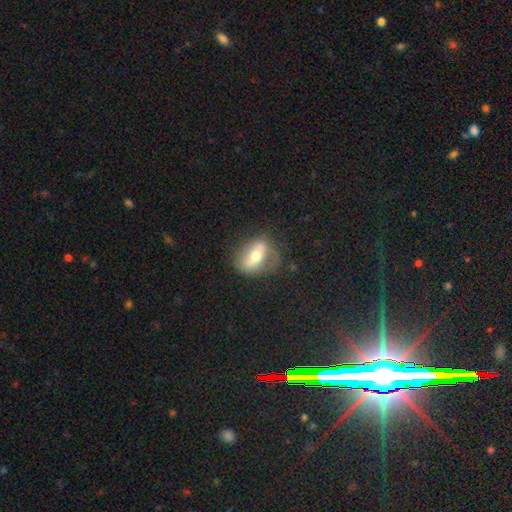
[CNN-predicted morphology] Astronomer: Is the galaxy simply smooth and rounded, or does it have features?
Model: featured or disk — 49% (runner-up: smooth, 43%).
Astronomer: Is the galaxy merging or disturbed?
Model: none — 62%.